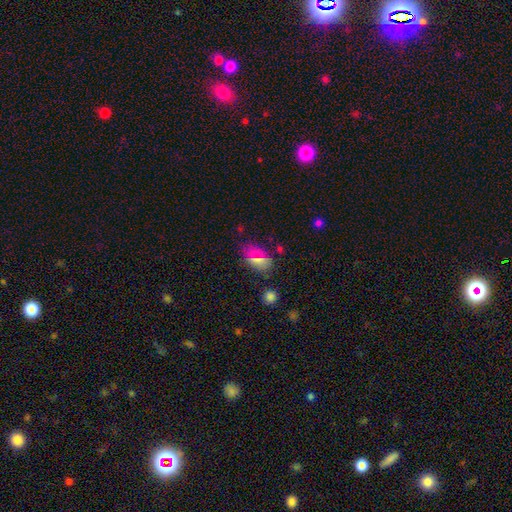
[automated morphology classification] smooth-or-featured: smooth: 66% | star or artifact: 23% | featured or disk: 11%
  how-rounded: in between: 86% | round: 10% | cigar-shaped: 4%
  merging: none: 80% | minor disturbance: 14% | major disturbance: 4% | merger: 2%